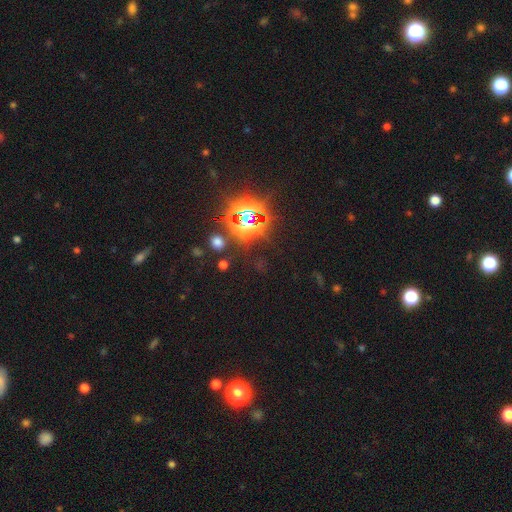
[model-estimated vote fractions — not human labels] This is clearly a star or artifact rather than a galaxy (83%).